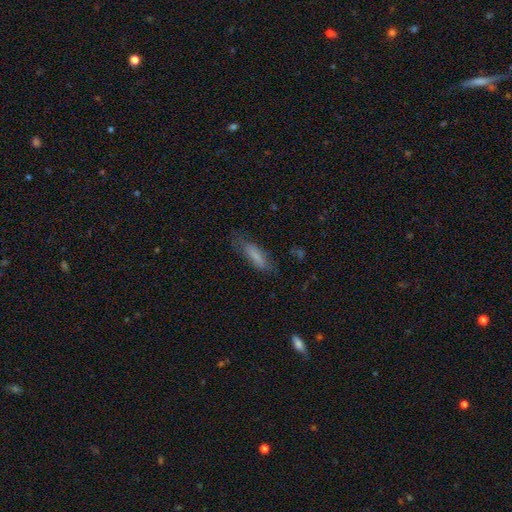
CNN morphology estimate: smooth-or-featured: smooth: 74% | featured or disk: 19% | star or artifact: 8%
  how-rounded: cigar-shaped: 55% | in between: 44% | round: 2%
  merging: none: 66% | minor disturbance: 23% | major disturbance: 9% | merger: 2%